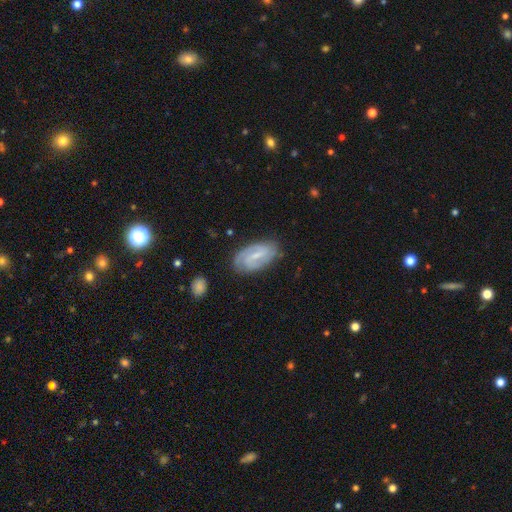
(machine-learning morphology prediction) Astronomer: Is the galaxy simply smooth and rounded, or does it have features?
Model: featured or disk — 79%.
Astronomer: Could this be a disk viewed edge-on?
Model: no — 96%.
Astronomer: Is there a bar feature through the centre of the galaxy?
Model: weak — 54%.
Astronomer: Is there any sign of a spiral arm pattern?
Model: yes — 94%.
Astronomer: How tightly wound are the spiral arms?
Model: tight — 44% (runner-up: medium, 42%).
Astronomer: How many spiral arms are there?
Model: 2 — 76%.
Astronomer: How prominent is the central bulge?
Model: small — 65%.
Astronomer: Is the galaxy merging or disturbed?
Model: none — 79%.